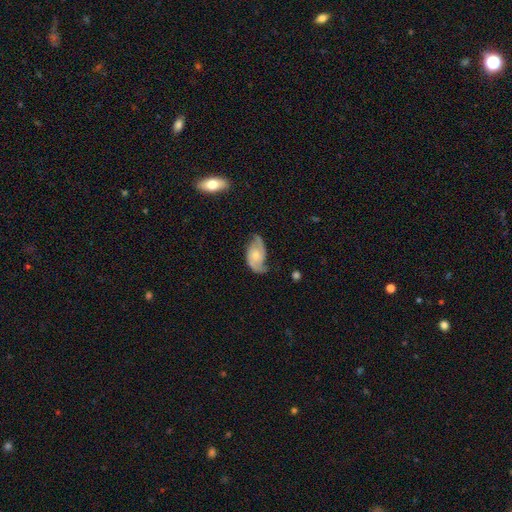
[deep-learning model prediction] Q: Smooth or featured?
A: featured or disk (77%); runner-up: smooth (17%)
Q: Edge-on disk?
A: no (96%); runner-up: yes (4%)
Q: Bar?
A: no (66%); runner-up: weak (29%)
Q: Spiral arms?
A: yes (94%); runner-up: no (6%)
Q: Spiral winding?
A: medium (43%); runner-up: loose (38%)
Q: Spiral arm count?
A: 2 (89%); runner-up: can't tell (5%)
Q: Bulge size?
A: small (43%); runner-up: moderate (42%)
Q: Merging?
A: none (63%); runner-up: minor disturbance (25%)